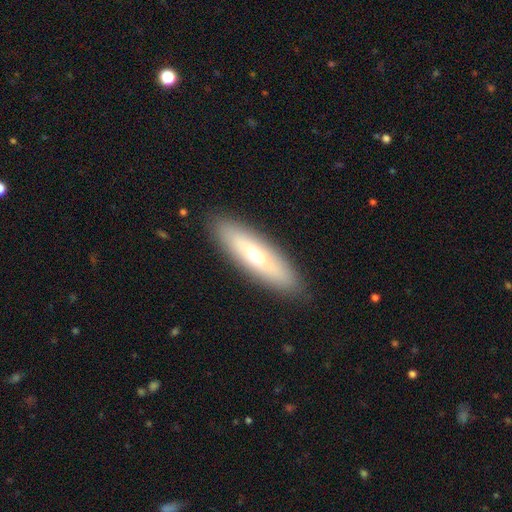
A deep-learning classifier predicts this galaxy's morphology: smooth-or-featured: smooth: 56% | featured or disk: 38% | star or artifact: 6%
  how-rounded: cigar-shaped: 59% | in between: 39% | round: 2%
  merging: none: 89% | minor disturbance: 7% | major disturbance: 2% | merger: 1%